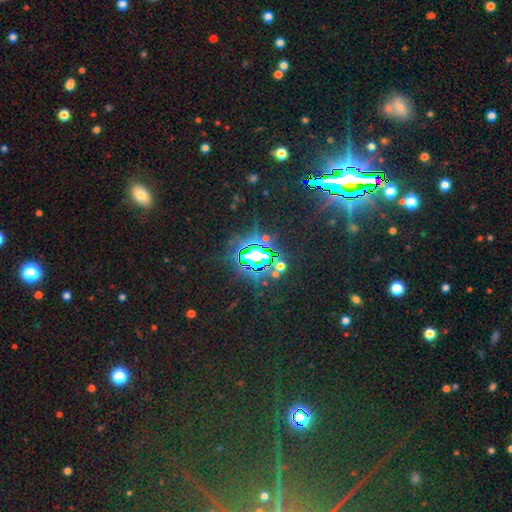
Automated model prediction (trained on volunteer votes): star or artifact 79%, smooth 12%, featured or disk 9%.